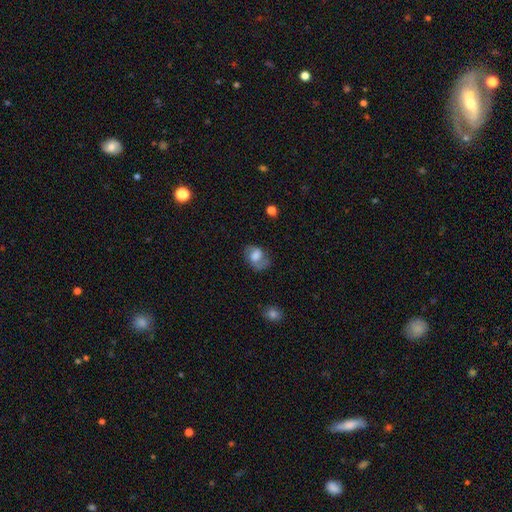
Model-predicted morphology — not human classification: Q: Smooth or featured?
A: smooth (58%); runner-up: featured or disk (33%)
Q: How rounded?
A: in between (69%); runner-up: round (29%)
Q: Merging?
A: none (51%); runner-up: minor disturbance (28%)